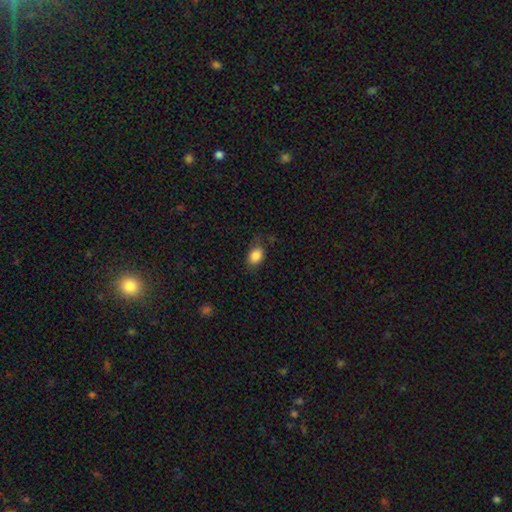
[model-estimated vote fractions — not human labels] Q: Smooth or featured?
A: smooth (85%); runner-up: star or artifact (9%)
Q: How rounded?
A: in between (79%); runner-up: round (20%)
Q: Merging?
A: none (72%); runner-up: minor disturbance (21%)